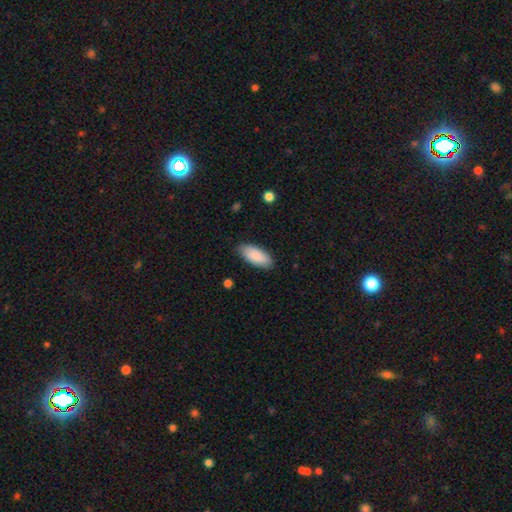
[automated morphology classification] A smooth galaxy with no disk features (90%) that is in between round and cigar-shaped (87%).

Vote fractions:
- Smooth or featured? smooth: 90% / star or artifact: 6% / featured or disk: 5%
- How rounded? in between: 87% / cigar-shaped: 11% / round: 2%
- Merging? none: 86% / minor disturbance: 10% / major disturbance: 2% / merger: 1%